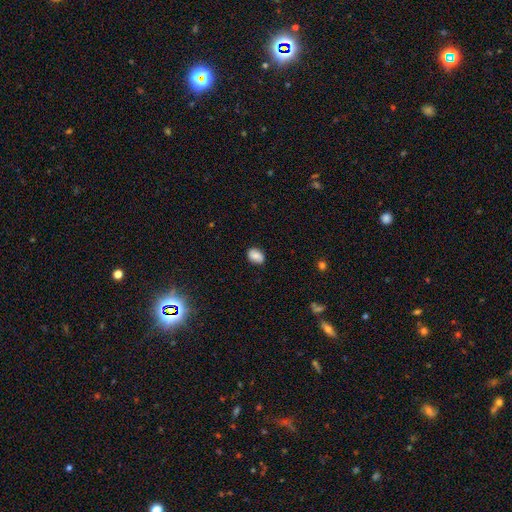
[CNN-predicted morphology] smooth-or-featured: smooth: 79% | featured or disk: 11% | star or artifact: 9%
  how-rounded: in between: 76% | round: 22% | cigar-shaped: 1%
  merging: none: 80% | minor disturbance: 16% | major disturbance: 3% | merger: 2%